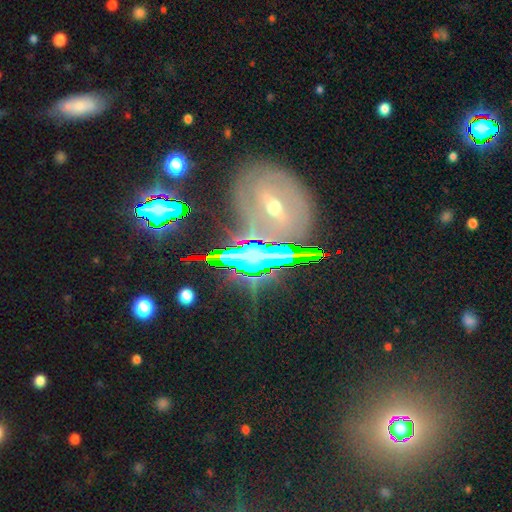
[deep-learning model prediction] smooth-or-featured: star or artifact: 52% | featured or disk: 30% | smooth: 18%